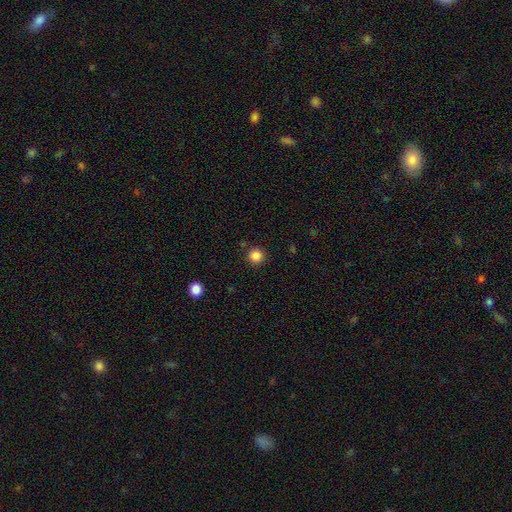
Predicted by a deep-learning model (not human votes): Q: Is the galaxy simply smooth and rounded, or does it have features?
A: smooth — 86%.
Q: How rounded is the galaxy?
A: round — 95%.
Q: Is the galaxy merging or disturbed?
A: none — 89%.